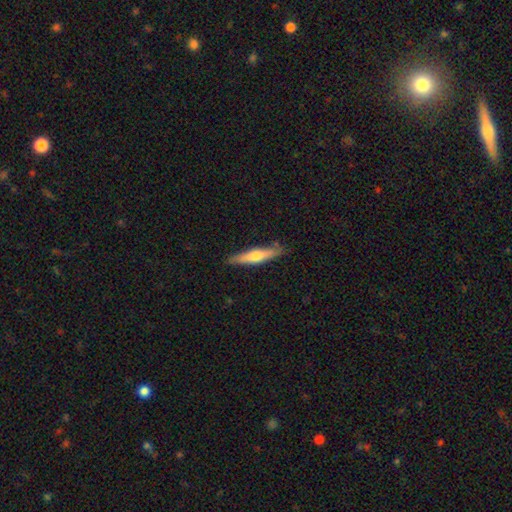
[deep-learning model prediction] smooth 53%, featured or disk 42%, star or artifact 5%. Down the decision tree: how rounded — cigar-shaped (85%); merging — none (84%).